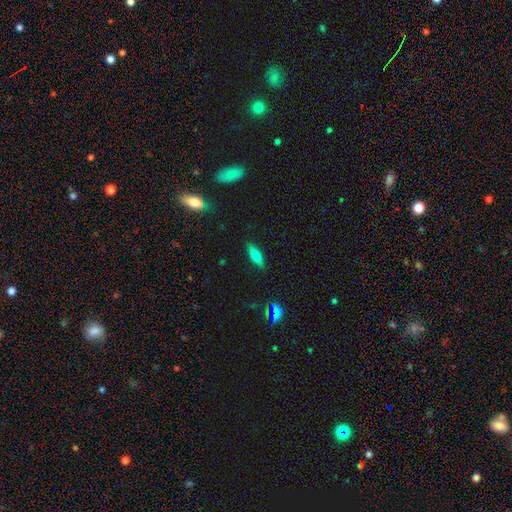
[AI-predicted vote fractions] A smooth galaxy with no disk features (63%) that is cigar-shaped (51%). Merging: none (88%).